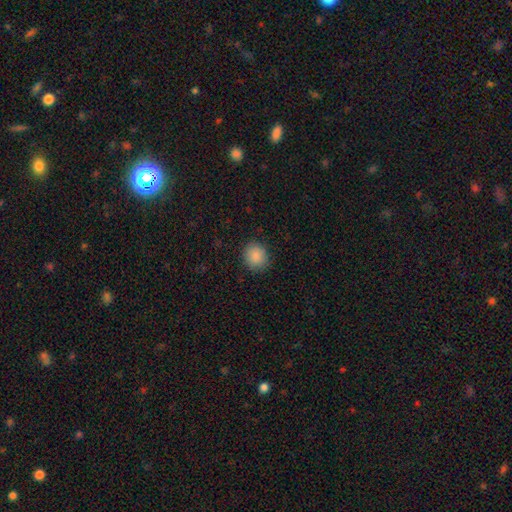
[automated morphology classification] Q: Smooth or featured?
A: smooth (88%); runner-up: star or artifact (9%)
Q: How rounded?
A: round (79%); runner-up: in between (21%)
Q: Merging?
A: none (88%); runner-up: minor disturbance (9%)